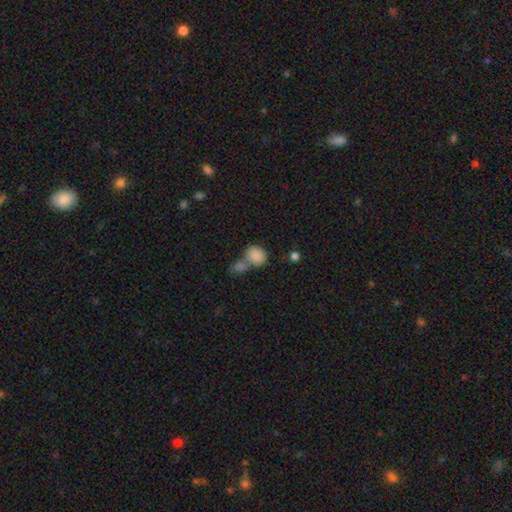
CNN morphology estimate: type=smooth (86%); roundness=round (57%); merging=merger (49%).